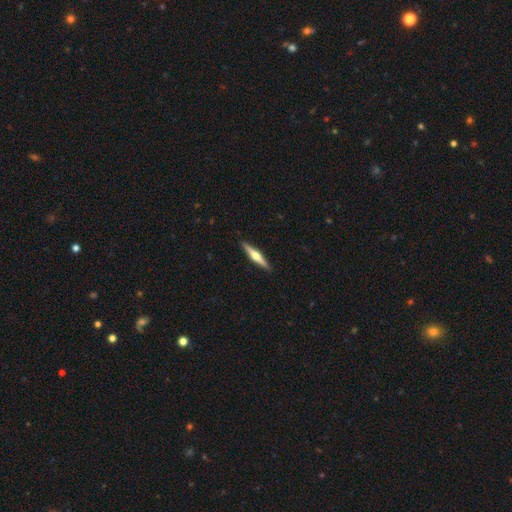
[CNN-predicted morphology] The model was most divided on "smooth or featured": featured or disk: 68%, smooth: 27%, star or artifact: 5%. More confident: edge-on disk — yes (98%); edge-on bulge — rounded (92%); merging — none (91%).